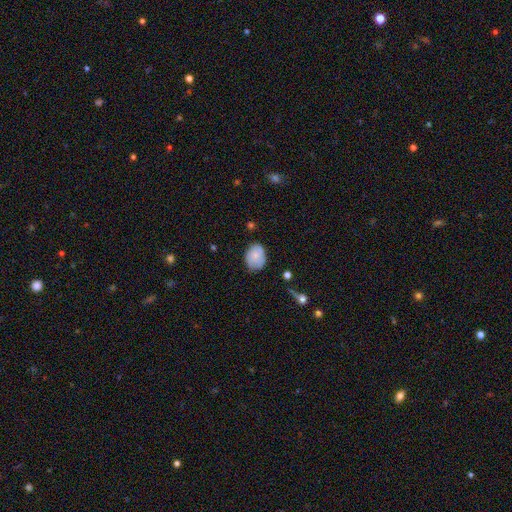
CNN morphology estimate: Overall: smooth (73%). How rounded: in between (67%; round 32%). Merging: none (65%; minor disturbance 28%).